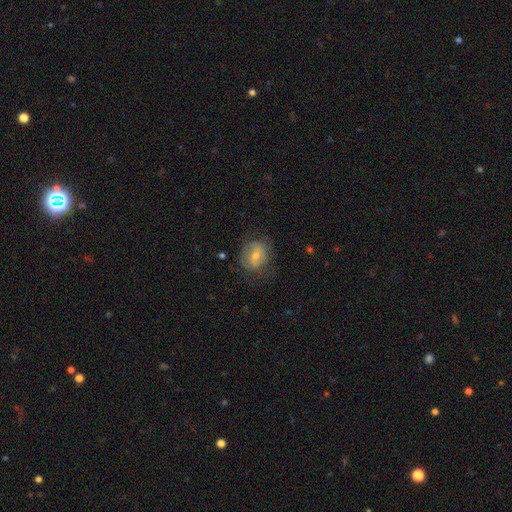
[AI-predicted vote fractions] Smooth or featured? Predicted: smooth (p=0.49). Merging? Predicted: none (p=0.59).